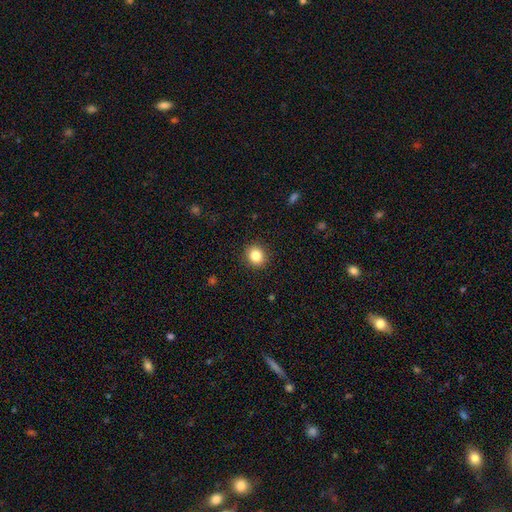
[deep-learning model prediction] Smooth or featured? Predicted: smooth (p=0.84). How rounded? Predicted: round (p=0.80). Merging? Predicted: none (p=0.91).